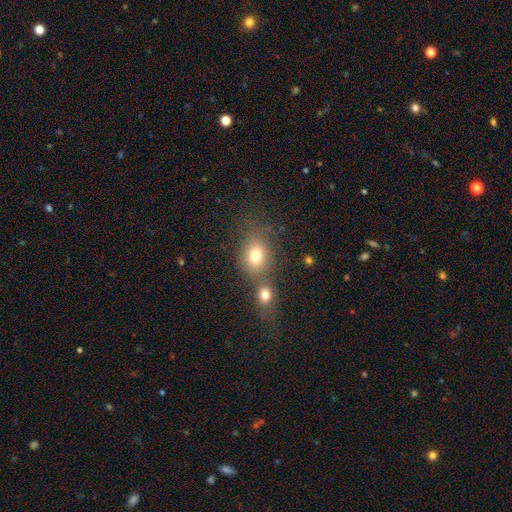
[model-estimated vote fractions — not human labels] Morphology: type=smooth (74%); roundness=round (50%); merging=none (50%).